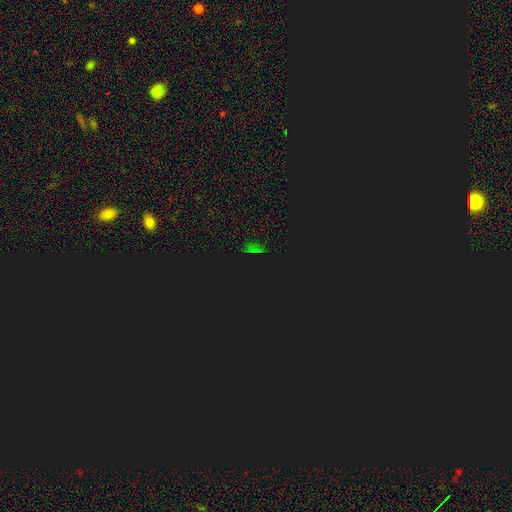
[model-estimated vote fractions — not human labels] A star or artifact, not a galaxy (79%).